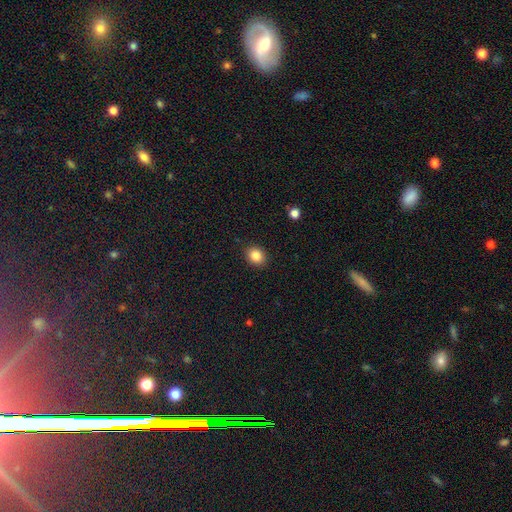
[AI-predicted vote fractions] This appears to be a smooth galaxy with no disk features (85%) that is round (63%). Merging: none (90%).